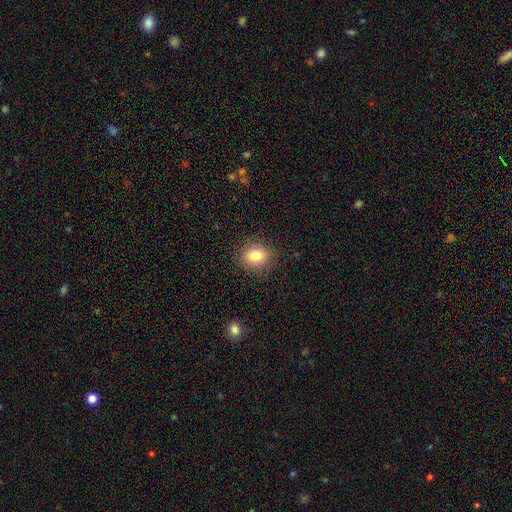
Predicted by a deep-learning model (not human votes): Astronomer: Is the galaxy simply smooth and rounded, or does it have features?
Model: smooth — 82%.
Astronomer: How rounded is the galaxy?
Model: round — 69%.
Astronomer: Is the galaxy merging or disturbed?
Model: none — 88%.